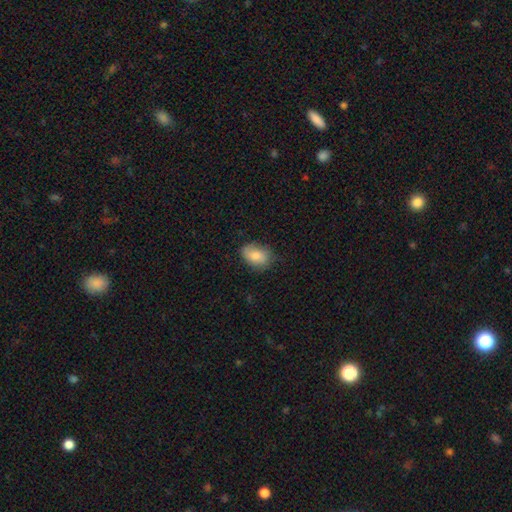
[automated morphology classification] smooth-or-featured: smooth: 80% | featured or disk: 12% | star or artifact: 7%
  how-rounded: in between: 81% | round: 18% | cigar-shaped: 1%
  merging: none: 71% | minor disturbance: 23% | major disturbance: 5% | merger: 1%